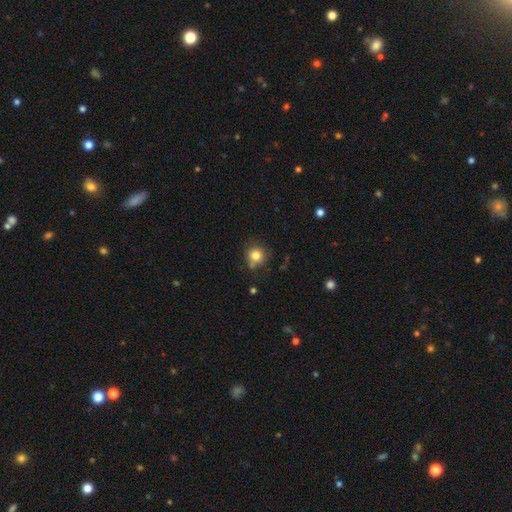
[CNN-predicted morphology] A smooth galaxy with no disk features (81%) that is round (90%). Merging: none (70%).